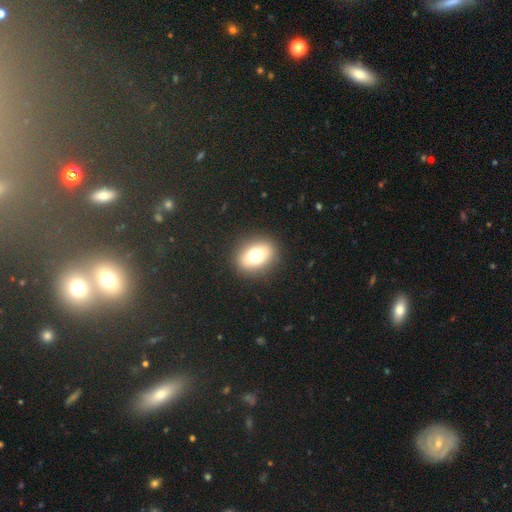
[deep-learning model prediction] Smooth or featured: smooth — 73% (featured or disk — 16%)
How rounded: in between — 65% (round — 34%)
Merging: none — 89% (minor disturbance — 7%)